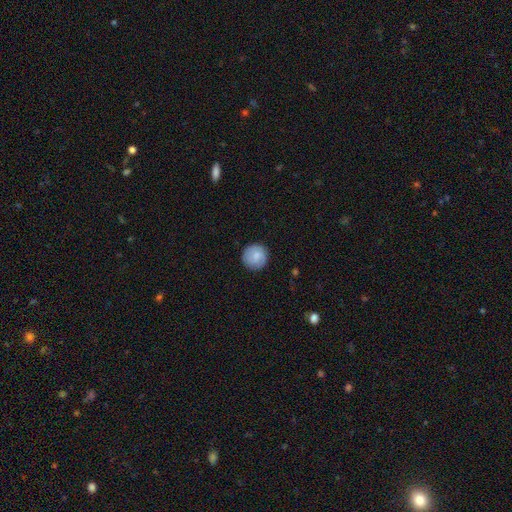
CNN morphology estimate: Q: Smooth or featured?
A: smooth (78%); runner-up: featured or disk (16%)
Q: How rounded?
A: round (95%); runner-up: in between (4%)
Q: Merging?
A: none (88%); runner-up: minor disturbance (9%)